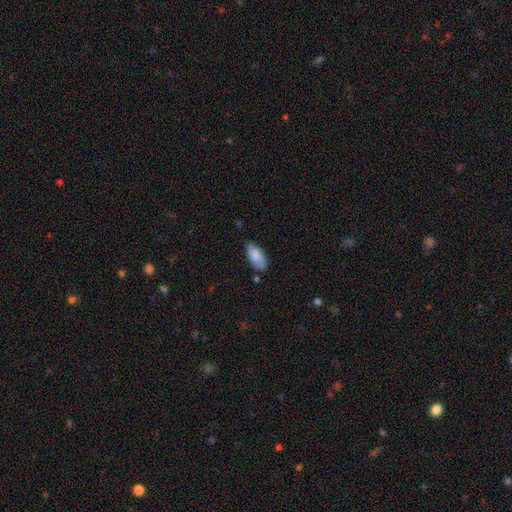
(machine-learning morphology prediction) This appears to be a smooth galaxy with no disk features (85%) that is in between round and cigar-shaped (89%). Merging: none (74%).